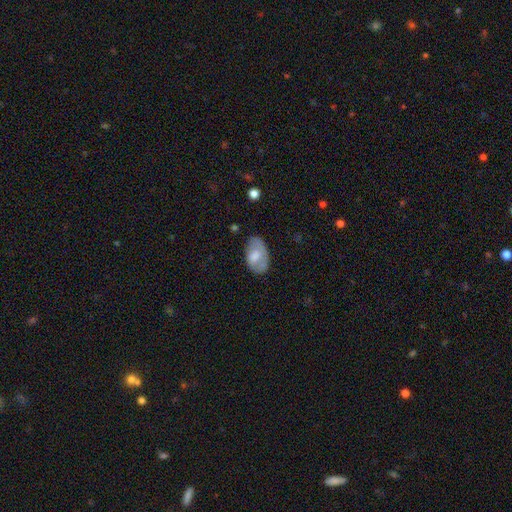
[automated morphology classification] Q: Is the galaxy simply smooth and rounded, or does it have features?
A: smooth — 68%.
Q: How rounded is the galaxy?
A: in between — 92%.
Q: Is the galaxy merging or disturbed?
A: none — 63%.